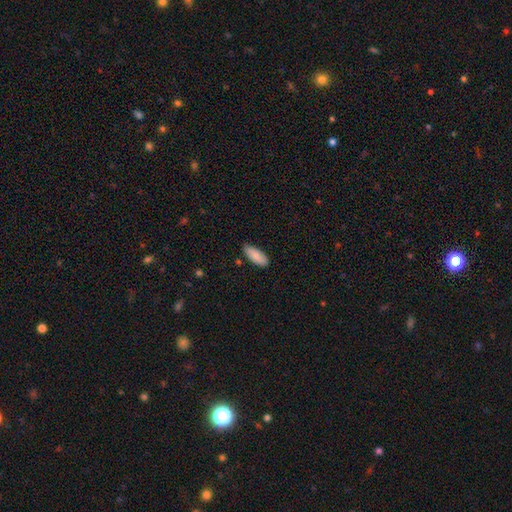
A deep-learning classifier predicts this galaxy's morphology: Smooth or featured? Predicted: smooth (p=0.88). How rounded? Predicted: in between (p=0.76). Merging? Predicted: none (p=0.83).